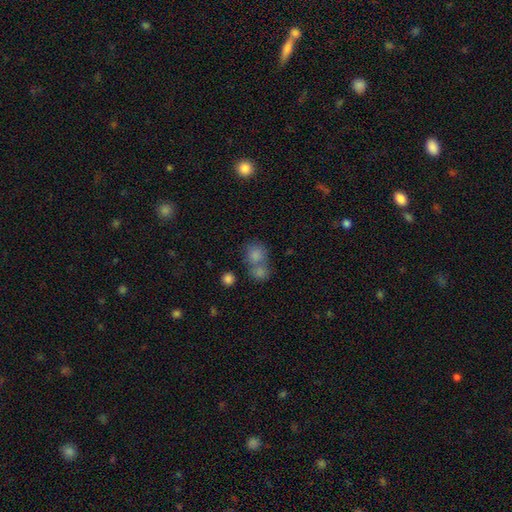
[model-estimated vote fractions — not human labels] smooth-or-featured: smooth: 79% | star or artifact: 11% | featured or disk: 10%
  how-rounded: round: 69% | in between: 30% | cigar-shaped: 1%
  merging: merger: 50% | none: 36% | minor disturbance: 9% | major disturbance: 5%